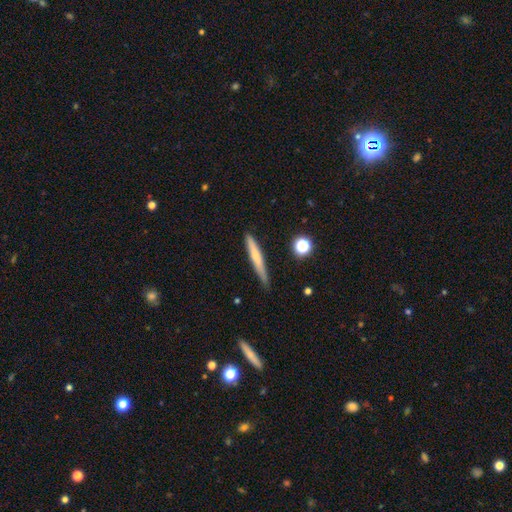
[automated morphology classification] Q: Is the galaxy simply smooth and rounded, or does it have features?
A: smooth — 57%.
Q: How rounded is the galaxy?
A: cigar-shaped — 94%.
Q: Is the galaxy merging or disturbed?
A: none — 78%.